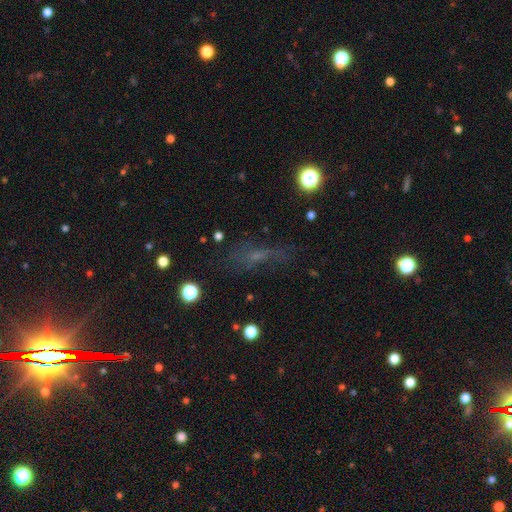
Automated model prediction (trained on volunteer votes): smooth 36%, star or artifact 32%, featured or disk 32%. Down the decision tree: merging — none (53%).